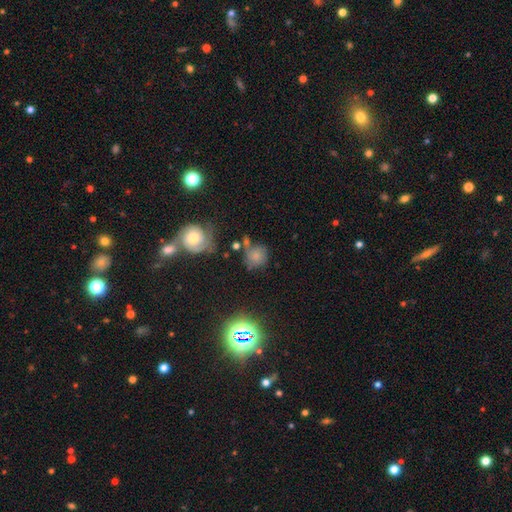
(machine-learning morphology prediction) Smooth or featured? Predicted: smooth (p=0.65). How rounded? Predicted: round (p=0.82). Merging? Predicted: none (p=0.54).